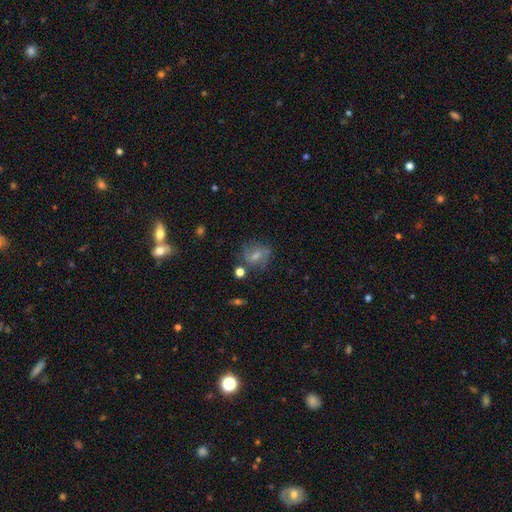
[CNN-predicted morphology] Smooth or featured? featured or disk (48%)
Merging? none (72%)